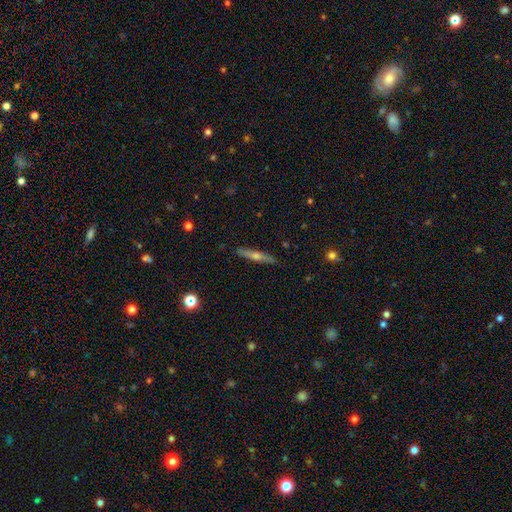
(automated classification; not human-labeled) Morphology: type=featured or disk (57%); edge-on=yes (94%); edge-on bulge=rounded (83%); merging=none (89%).